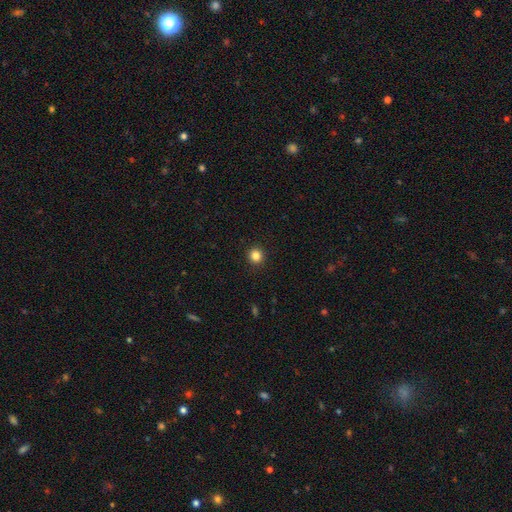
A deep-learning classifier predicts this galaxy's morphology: Smooth or featured: smooth — 85% (star or artifact — 12%)
How rounded: round — 93% (in between — 6%)
Merging: none — 93% (minor disturbance — 4%)